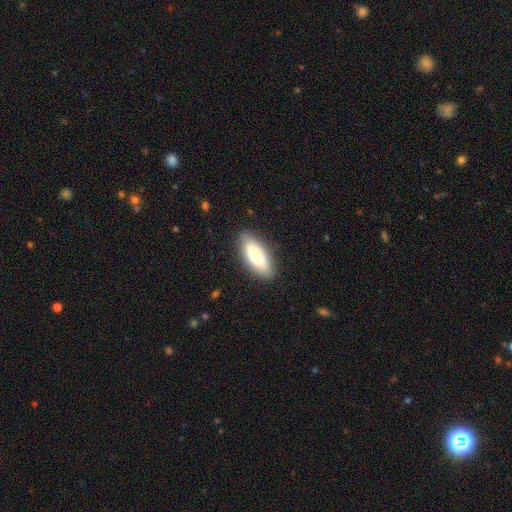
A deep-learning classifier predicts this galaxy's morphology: smooth_or_featured: smooth (p=0.79) [alt: featured or disk p=0.15]
how_rounded: in between (p=0.72) [alt: cigar-shaped p=0.26]
merging: none (p=0.85) [alt: minor disturbance p=0.12]